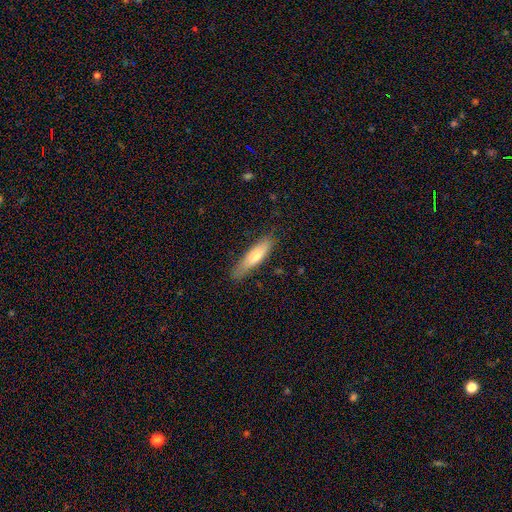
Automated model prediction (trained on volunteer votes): Q: Smooth or featured?
A: smooth (70%); runner-up: featured or disk (24%)
Q: How rounded?
A: cigar-shaped (72%); runner-up: in between (26%)
Q: Merging?
A: none (78%); runner-up: minor disturbance (17%)